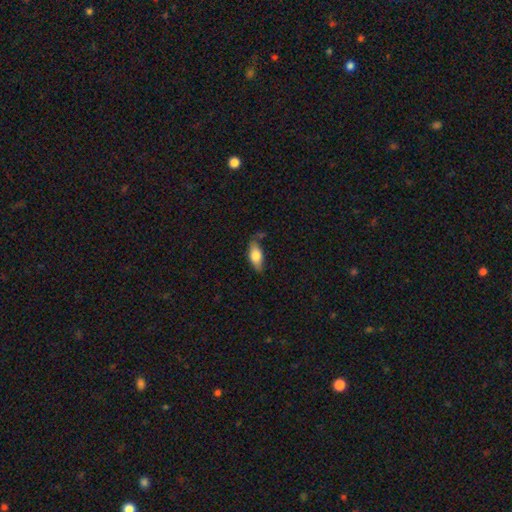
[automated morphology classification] This appears to be a smooth galaxy with no disk features (72%) that is in between round and cigar-shaped (81%). Merging: none (68%).